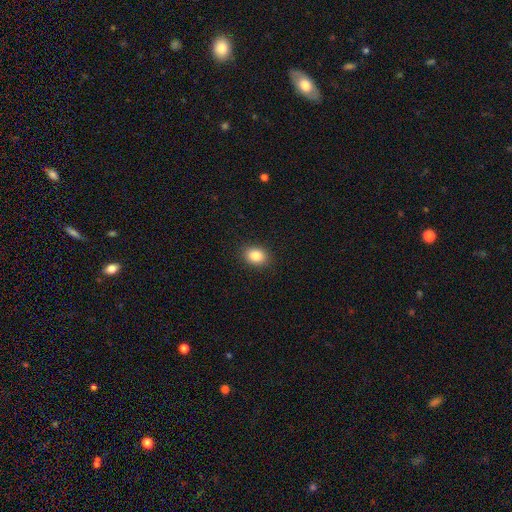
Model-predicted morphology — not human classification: smooth_or_featured: smooth (p=0.84) [alt: star or artifact p=0.10]
how_rounded: in between (p=0.60) [alt: round p=0.39]
merging: none (p=0.90) [alt: minor disturbance p=0.07]